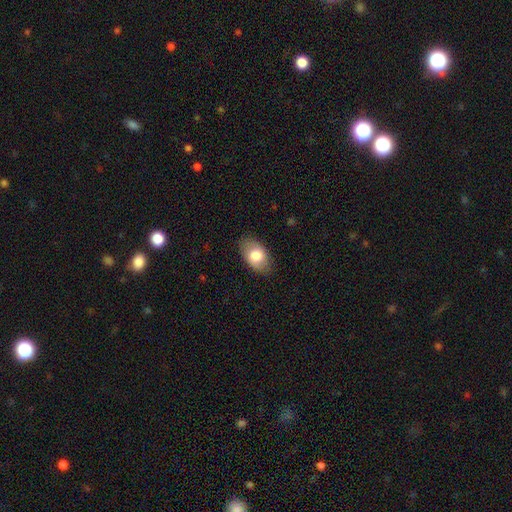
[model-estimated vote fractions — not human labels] This appears to be a smooth galaxy with no disk features (77%) that is in between round and cigar-shaped (91%). Merging: none (83%).